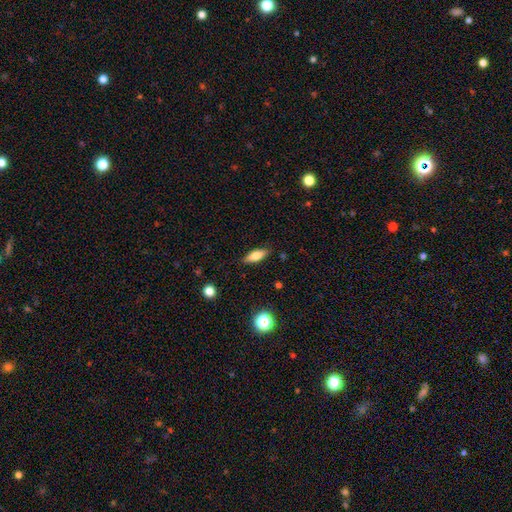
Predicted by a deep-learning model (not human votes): This is likely a smooth galaxy (69%). How rounded: likely in between (66%). Merging: clearly none (86%).